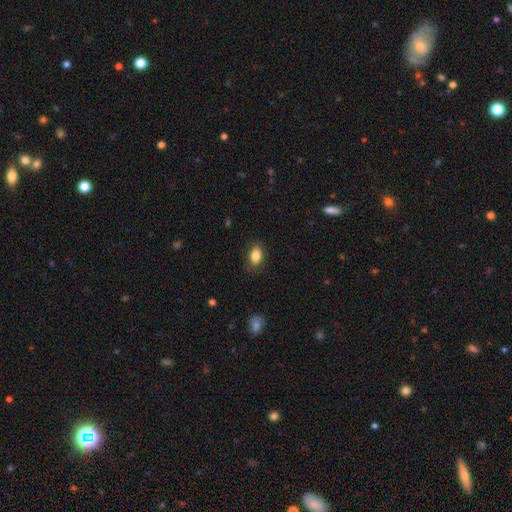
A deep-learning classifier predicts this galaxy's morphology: Smooth or featured?
  - smooth: 84% *
  - star or artifact: 8%
  - featured or disk: 7%
How rounded?
  - in between: 85% *
  - round: 14%
  - cigar-shaped: 2%
Merging?
  - none: 82% *
  - minor disturbance: 13%
  - major disturbance: 3%
  - merger: 1%